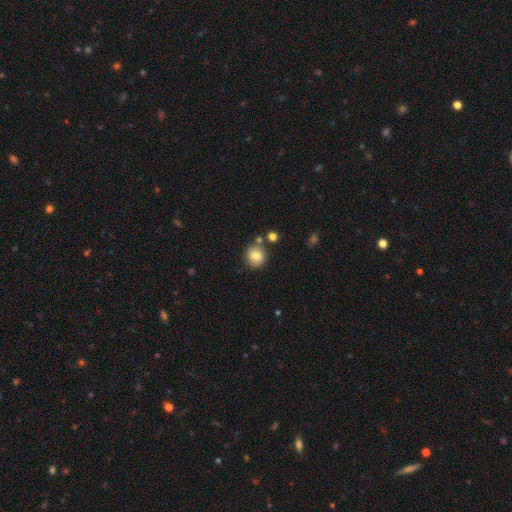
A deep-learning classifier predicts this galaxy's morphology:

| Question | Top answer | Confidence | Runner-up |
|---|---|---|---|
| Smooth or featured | smooth | 78% | featured or disk (12%) |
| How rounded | round | 89% | in between (10%) |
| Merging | none | 77% | minor disturbance (11%) |